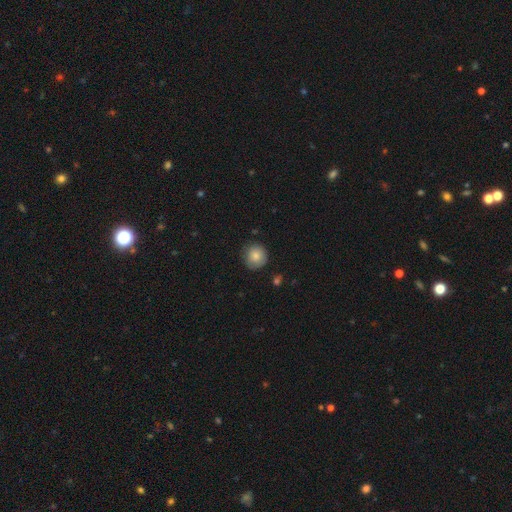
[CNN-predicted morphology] This is clearly a smooth galaxy (83%). How rounded: clearly round (91%). Merging: clearly none (80%).